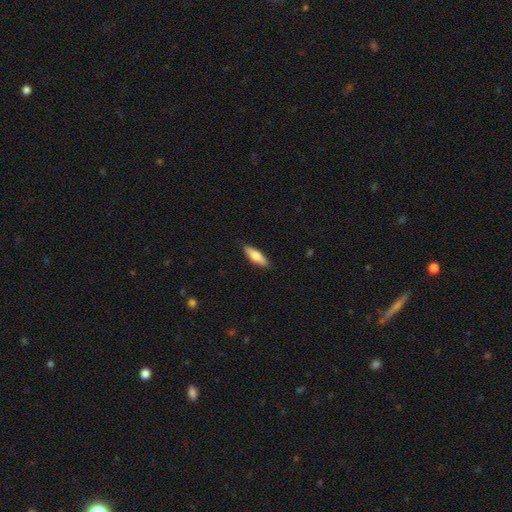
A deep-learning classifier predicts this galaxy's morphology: Q: Smooth or featured?
A: smooth (66%); runner-up: featured or disk (28%)
Q: How rounded?
A: cigar-shaped (52%); runner-up: in between (46%)
Q: Merging?
A: none (89%); runner-up: minor disturbance (9%)